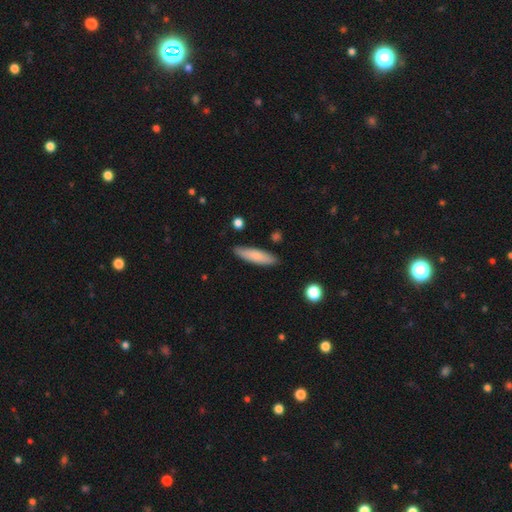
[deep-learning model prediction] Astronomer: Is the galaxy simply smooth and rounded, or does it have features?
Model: smooth — 79%.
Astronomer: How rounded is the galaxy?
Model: cigar-shaped — 68%.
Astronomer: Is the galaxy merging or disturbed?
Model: none — 86%.